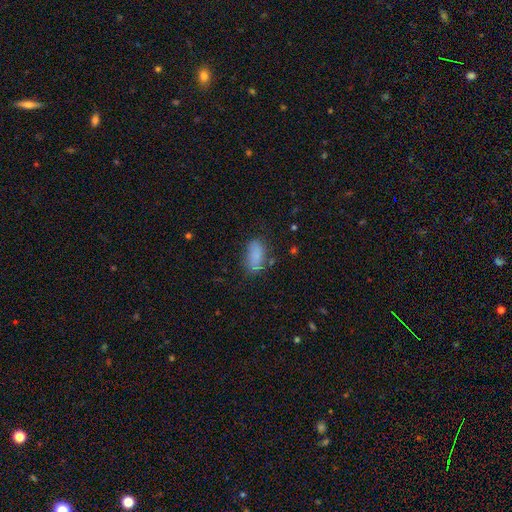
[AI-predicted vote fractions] Smooth or featured? Predicted: smooth (p=0.79). How rounded? Predicted: in between (p=0.89). Merging? Predicted: none (p=0.64).